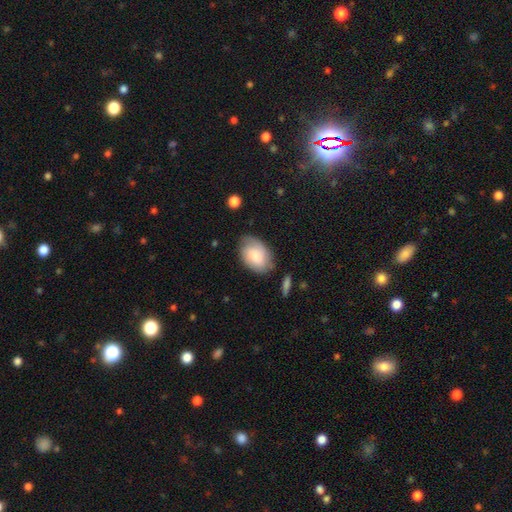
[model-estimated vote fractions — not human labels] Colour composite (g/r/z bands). It shows a smooth galaxy with no disk features (66%) that is in between round and cigar-shaped (87%). Merging: none (68%).